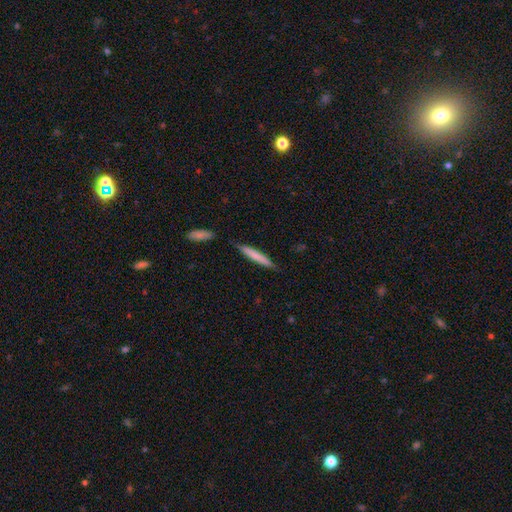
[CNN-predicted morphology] A smooth galaxy with no disk features (72%) that is cigar-shaped (94%).

Vote fractions:
- Smooth or featured? smooth: 72% / featured or disk: 23% / star or artifact: 5%
- How rounded? cigar-shaped: 94% / in between: 4% / round: 1%
- Merging? none: 80% / minor disturbance: 13% / merger: 5% / major disturbance: 2%